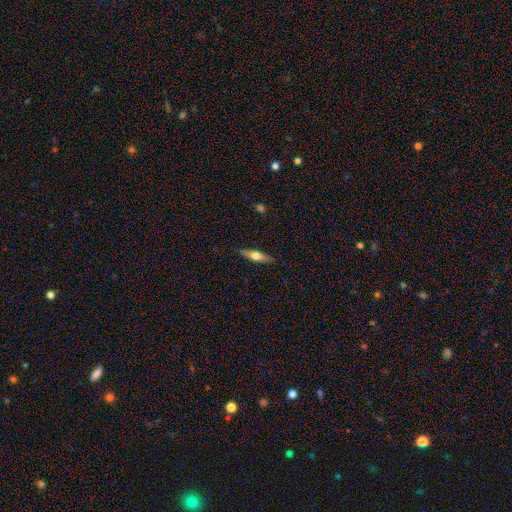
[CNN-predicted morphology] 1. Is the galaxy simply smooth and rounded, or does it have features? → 51% featured or disk, 43% smooth, 6% star or artifact.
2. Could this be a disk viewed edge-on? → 92% yes, 8% no.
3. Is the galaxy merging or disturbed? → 88% none, 9% minor disturbance, 2% major disturbance, 1% merger.